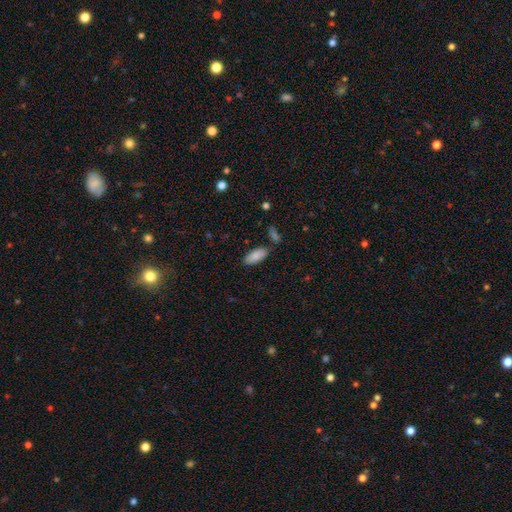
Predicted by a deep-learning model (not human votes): Smooth or featured?
  - smooth: 86% *
  - featured or disk: 7%
  - star or artifact: 6%
How rounded?
  - in between: 86% *
  - cigar-shaped: 12%
  - round: 2%
Merging?
  - none: 80% *
  - minor disturbance: 11%
  - merger: 7%
  - major disturbance: 3%